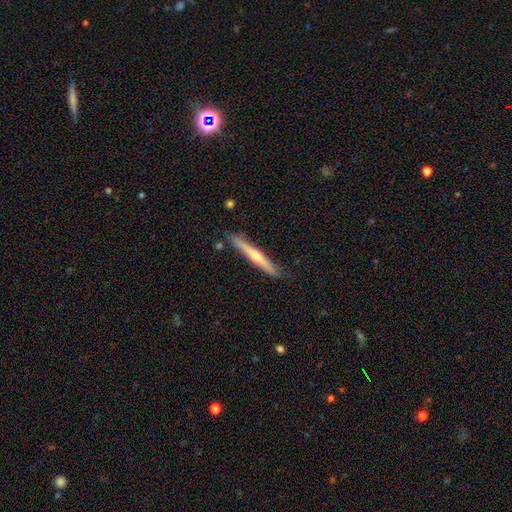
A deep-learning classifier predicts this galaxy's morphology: A featured or disk galaxy (59%) viewed edge-on (97%) with a rounded central bulge (78%).

Vote fractions:
- Smooth or featured? featured or disk: 59% / smooth: 36% / star or artifact: 5%
- Edge-on disk? yes: 97% / no: 3%
- Edge-on bulge? rounded: 78% / none: 18% / boxy: 4%
- Merging? none: 86% / minor disturbance: 11% / merger: 2% / major disturbance: 2%